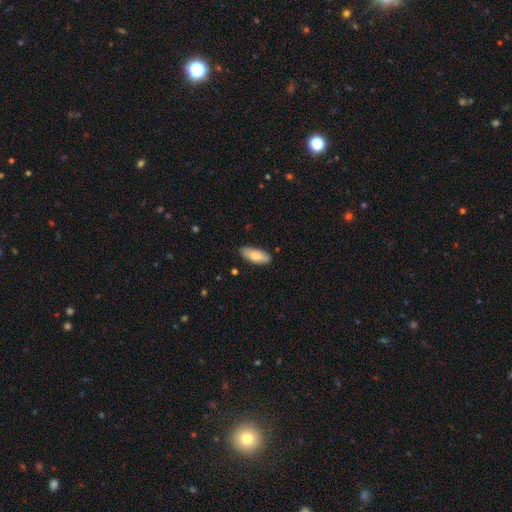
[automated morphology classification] Overall: smooth (75%). How rounded: in between (81%). Merging: none (85%).